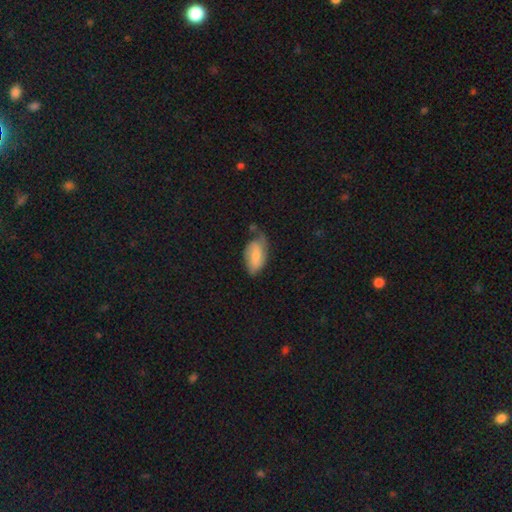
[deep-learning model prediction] A smooth galaxy with no disk features (57%) that is in between round and cigar-shaped (91%). Merging: none (45%).